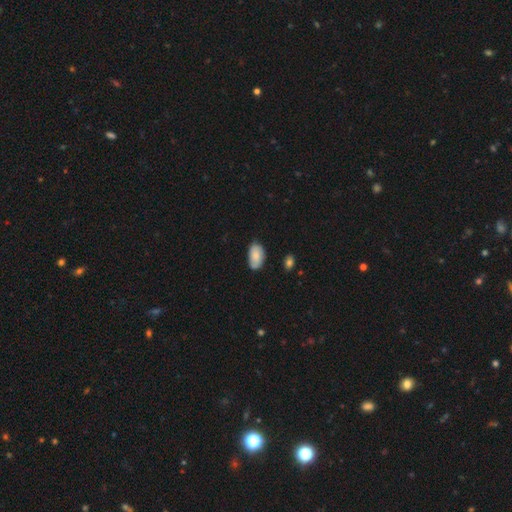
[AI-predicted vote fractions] smooth 76%, featured or disk 17%, star or artifact 7%. Down the decision tree: how rounded — in between (93%); merging — none (68%).